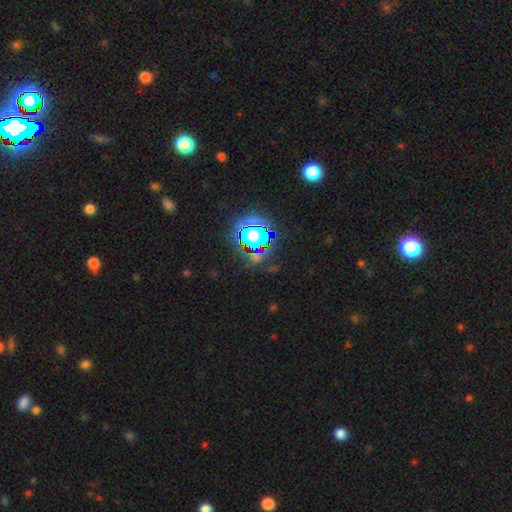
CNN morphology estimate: Smooth or featured? star or artifact (72%)